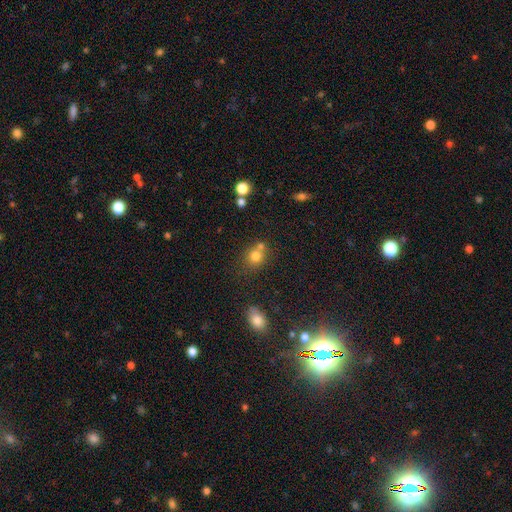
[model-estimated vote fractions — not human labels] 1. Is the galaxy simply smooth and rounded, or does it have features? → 77% smooth, 14% star or artifact, 9% featured or disk.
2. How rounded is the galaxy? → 73% round, 26% in between, 1% cigar-shaped.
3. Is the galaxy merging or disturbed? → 51% none, 33% merger, 11% minor disturbance, 4% major disturbance.